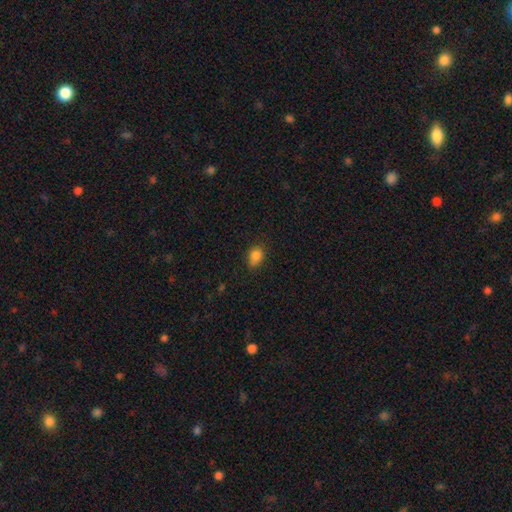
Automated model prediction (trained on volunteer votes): Smooth or featured?
  - smooth: 84% *
  - star or artifact: 11%
  - featured or disk: 5%
How rounded?
  - in between: 61% *
  - round: 37%
  - cigar-shaped: 2%
Merging?
  - none: 64% *
  - minor disturbance: 27%
  - major disturbance: 6%
  - merger: 3%